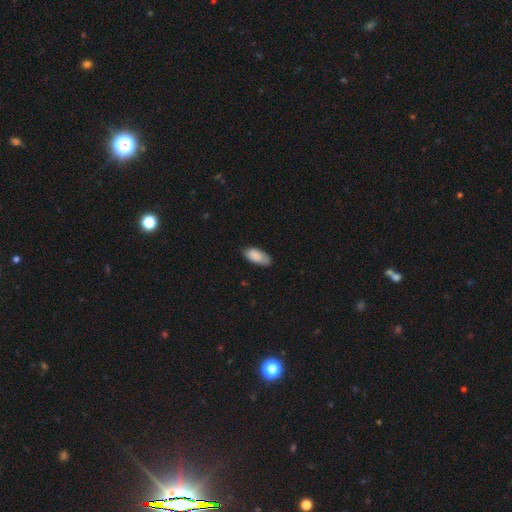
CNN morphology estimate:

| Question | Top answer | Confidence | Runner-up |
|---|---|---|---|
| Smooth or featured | smooth | 88% | featured or disk (6%) |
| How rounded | in between | 90% | cigar-shaped (8%) |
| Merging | none | 75% | minor disturbance (21%) |